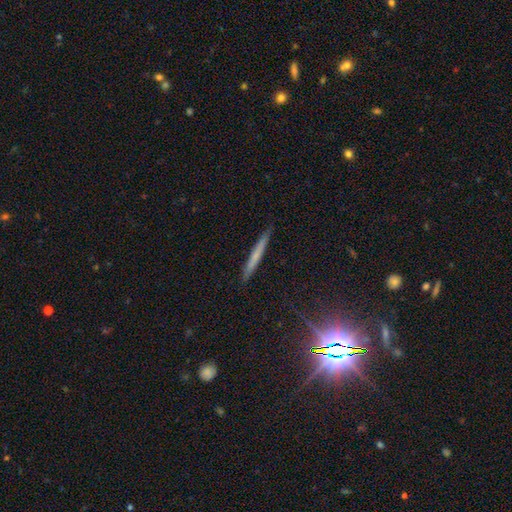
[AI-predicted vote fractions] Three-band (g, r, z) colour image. It shows a smooth galaxy with no disk features (52%) that is cigar-shaped (96%). Merging: none (90%).